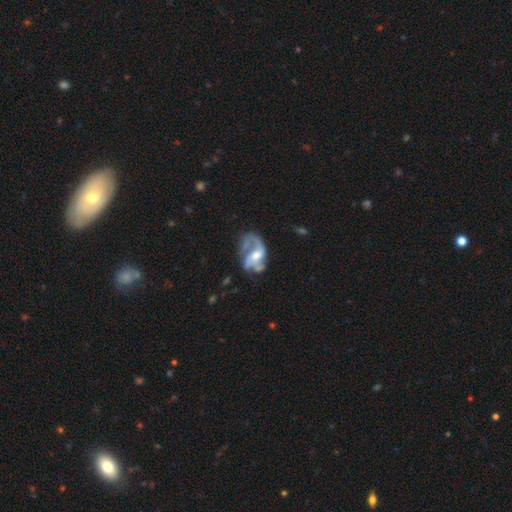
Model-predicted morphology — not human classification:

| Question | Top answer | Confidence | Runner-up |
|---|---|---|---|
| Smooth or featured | featured or disk | 81% | smooth (13%) |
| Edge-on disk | no | 98% | yes (2%) |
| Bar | no | 47% | weak (40%) |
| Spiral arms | yes | 87% | no (13%) |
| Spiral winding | loose | 44% | medium (42%) |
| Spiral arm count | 2 | 42% | 3 (22%) |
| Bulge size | moderate | 59% | small (27%) |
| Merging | major disturbance | 36% | none (35%) |